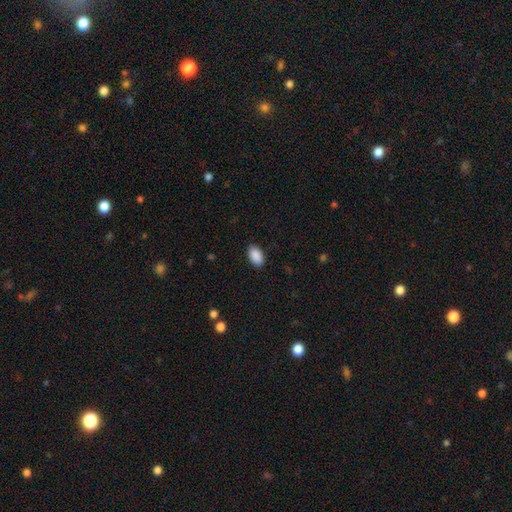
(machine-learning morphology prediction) A smooth galaxy with no disk features (91%) that is in between round and cigar-shaped (94%).

Vote fractions:
- Smooth or featured? smooth: 91% / star or artifact: 7% / featured or disk: 3%
- How rounded? in between: 94% / round: 5% / cigar-shaped: 2%
- Merging? none: 89% / minor disturbance: 8% / major disturbance: 2% / merger: 1%